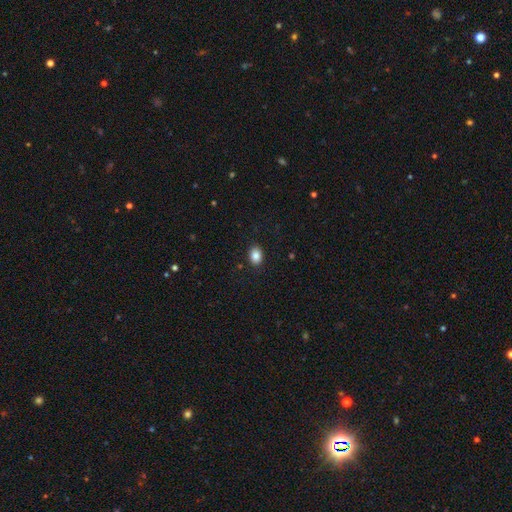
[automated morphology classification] This is clearly a smooth galaxy (86%). How rounded: likely in between (68%). Merging: clearly none (89%).